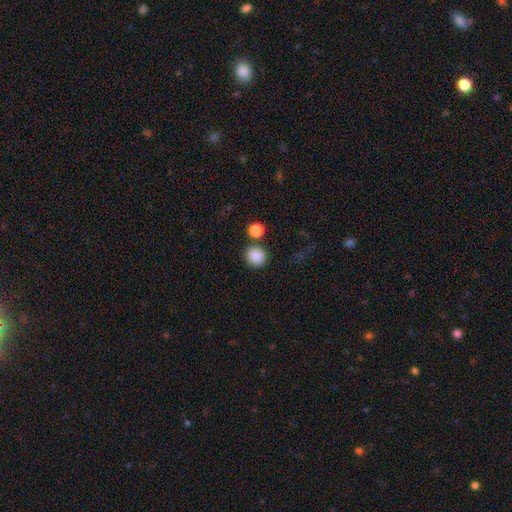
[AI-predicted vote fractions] This appears to be a smooth galaxy with no disk features (87%) that is round (89%). Merging: none (78%).